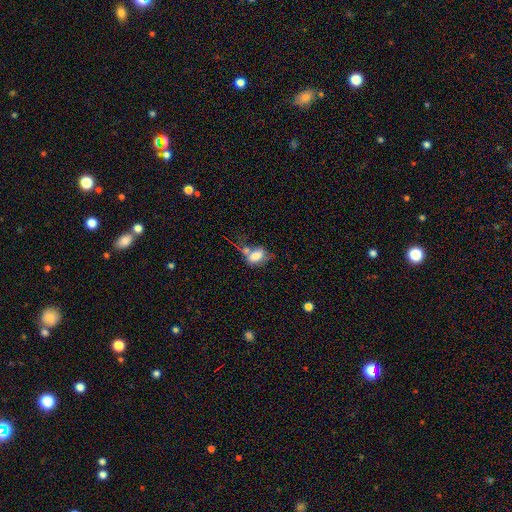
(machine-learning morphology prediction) This is likely a smooth galaxy (64%). How rounded: clearly in between (82%). Merging: marginally merger (34%).